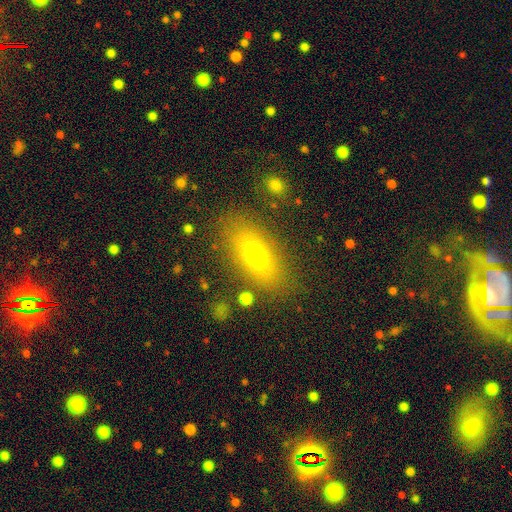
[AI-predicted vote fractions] This appears to be a smooth galaxy with no disk features (62%) that is in between round and cigar-shaped (71%). Merging: none (84%).